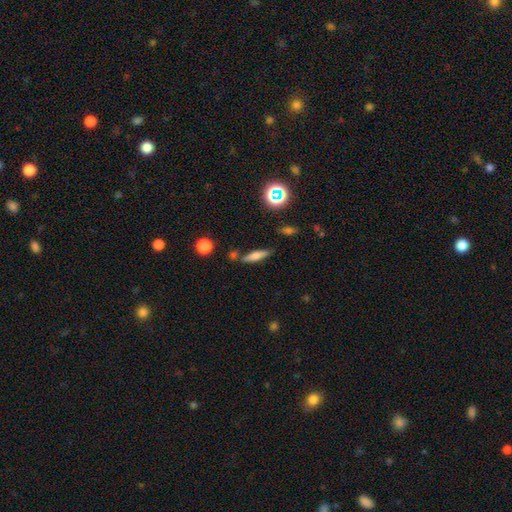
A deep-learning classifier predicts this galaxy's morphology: type=smooth (59%); roundness=cigar-shaped (74%); merging=none (77%).